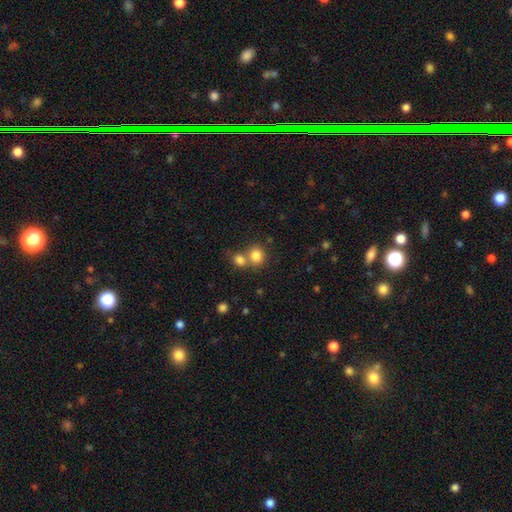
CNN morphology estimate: type=smooth (82%); roundness=round (79%); merging=none (50%).